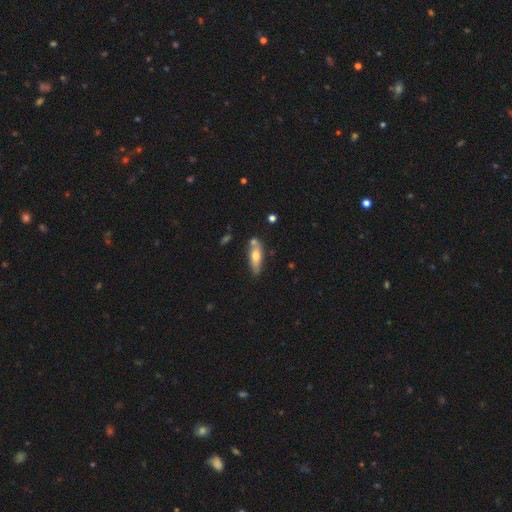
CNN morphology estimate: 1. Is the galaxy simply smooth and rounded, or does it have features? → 60% smooth, 33% featured or disk, 6% star or artifact.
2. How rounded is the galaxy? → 58% in between, 39% cigar-shaped, 3% round.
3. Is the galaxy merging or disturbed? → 65% none, 19% minor disturbance, 13% merger, 4% major disturbance.